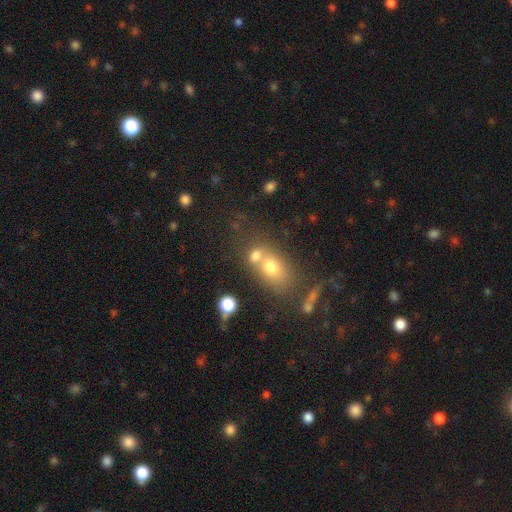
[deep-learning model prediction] A smooth galaxy with no disk features (70%) that is in between round and cigar-shaped (53%). Merging: merger (52%).